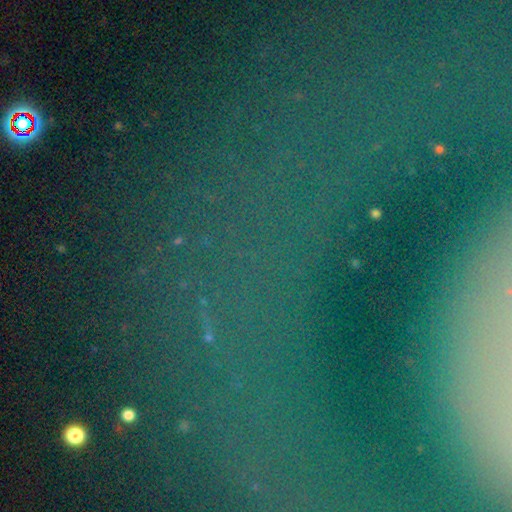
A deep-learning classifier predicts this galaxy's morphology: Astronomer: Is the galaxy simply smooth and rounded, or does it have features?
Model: star or artifact — 78%.